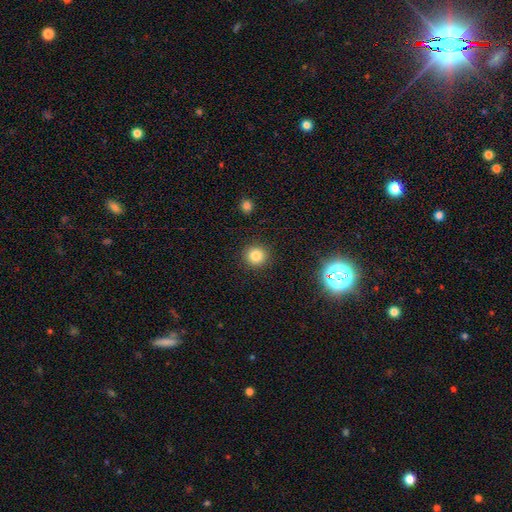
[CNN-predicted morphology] A smooth galaxy with no disk features (82%) that is round (93%). Merging: none (91%).